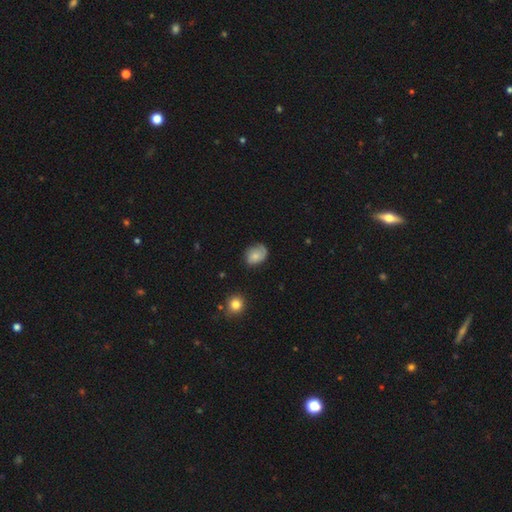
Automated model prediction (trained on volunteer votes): smooth-or-featured: smooth: 60% | featured or disk: 32% | star or artifact: 8%
  how-rounded: in between: 66% | round: 33% | cigar-shaped: 1%
  merging: none: 62% | minor disturbance: 27% | major disturbance: 9% | merger: 2%